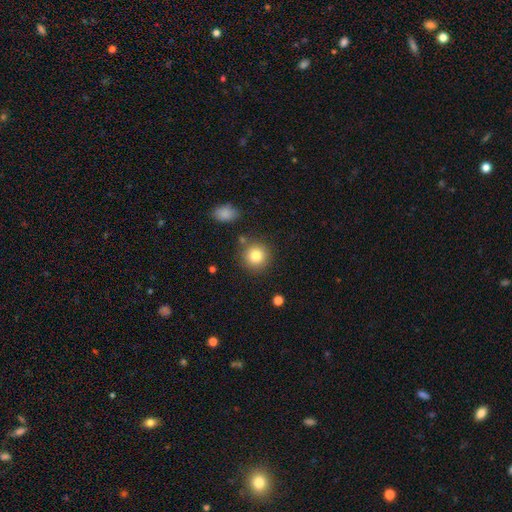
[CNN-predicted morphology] Smooth or featured? smooth (81%)
How rounded? round (92%)
Merging? none (82%)